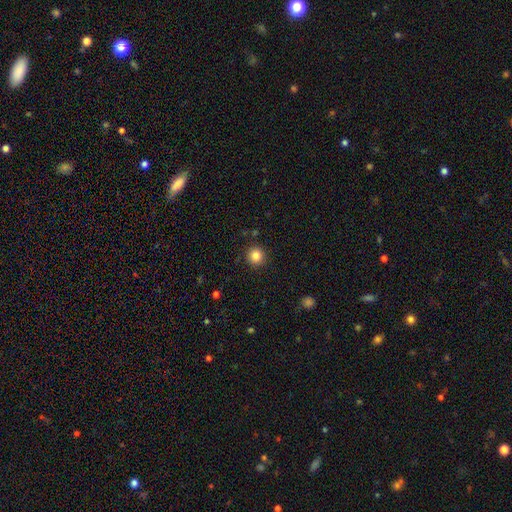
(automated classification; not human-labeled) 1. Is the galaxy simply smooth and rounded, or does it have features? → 84% smooth, 11% star or artifact, 5% featured or disk.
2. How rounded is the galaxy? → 94% round, 5% in between, 1% cigar-shaped.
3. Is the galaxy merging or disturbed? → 91% none, 6% minor disturbance, 2% major disturbance, 1% merger.